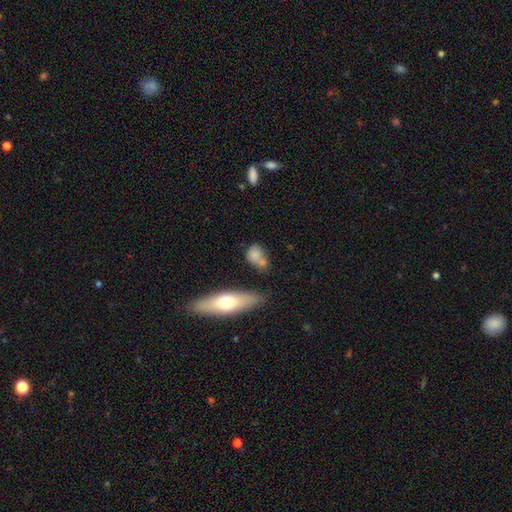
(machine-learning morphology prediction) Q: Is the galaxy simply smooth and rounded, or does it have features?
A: smooth — 74%.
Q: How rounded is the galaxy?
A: in between — 61%.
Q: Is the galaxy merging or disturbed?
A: none — 41%.